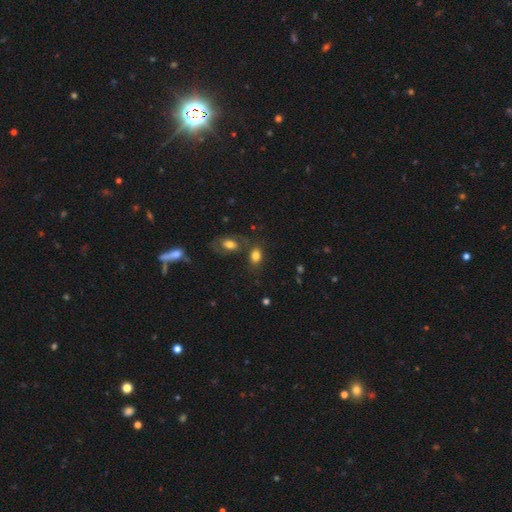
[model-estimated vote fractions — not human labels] smooth_or_featured: smooth (p=0.79) [alt: featured or disk p=0.11]
how_rounded: in between (p=0.81) [alt: round p=0.17]
merging: none (p=0.59) [alt: merger p=0.22]